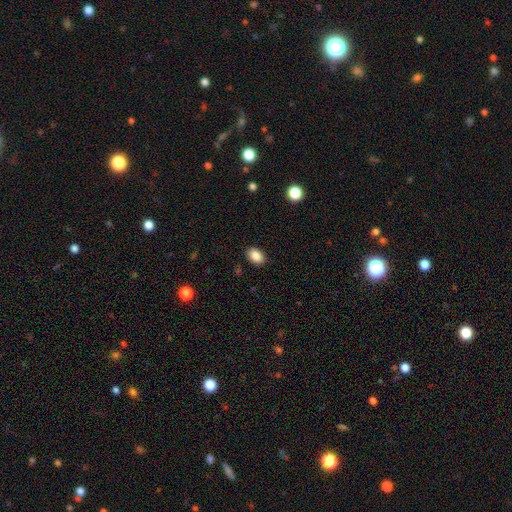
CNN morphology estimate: A smooth galaxy with no disk features (87%) that is in between round and cigar-shaped (84%). Merging: none (88%).